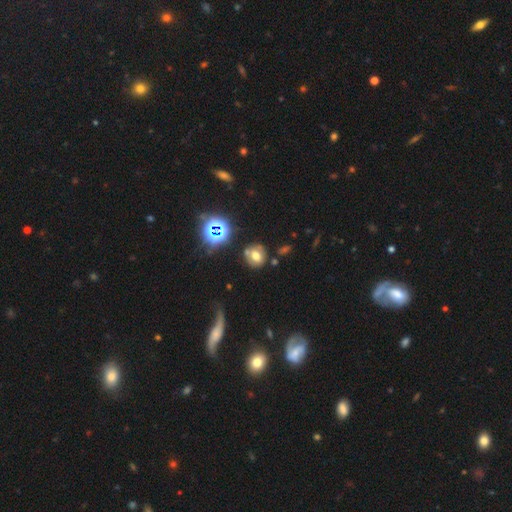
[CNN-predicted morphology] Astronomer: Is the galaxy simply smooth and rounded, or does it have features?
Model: smooth — 57%.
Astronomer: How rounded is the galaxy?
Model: round — 77%.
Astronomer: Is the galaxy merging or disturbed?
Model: none — 70%.